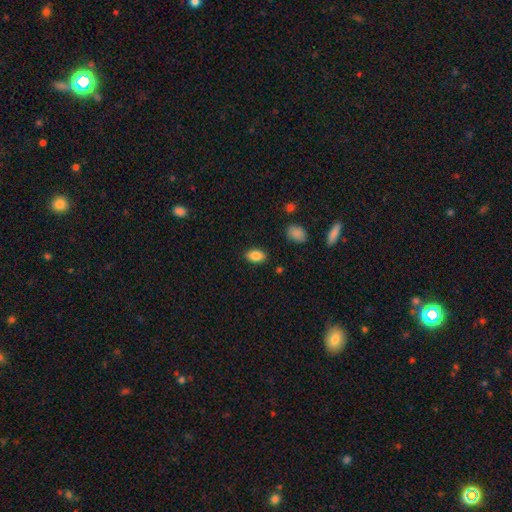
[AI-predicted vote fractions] Overall: smooth (85%). How rounded: in between (90%). Merging: none (86%).